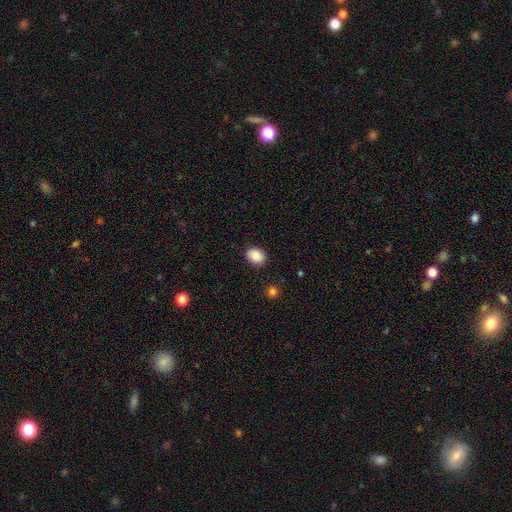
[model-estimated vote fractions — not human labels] Smooth or featured? Predicted: smooth (p=0.87). How rounded? Predicted: in between (p=0.61). Merging? Predicted: none (p=0.87).